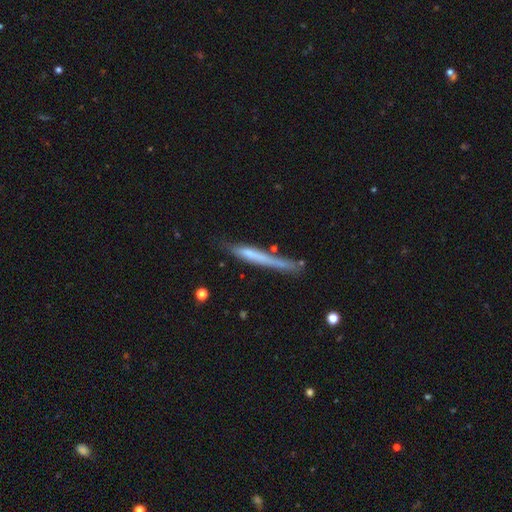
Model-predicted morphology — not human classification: smooth_or_featured: smooth (p=0.53) [alt: featured or disk p=0.40]
how_rounded: cigar-shaped (p=0.96) [alt: in between p=0.03]
merging: none (p=0.64) [alt: minor disturbance p=0.23]